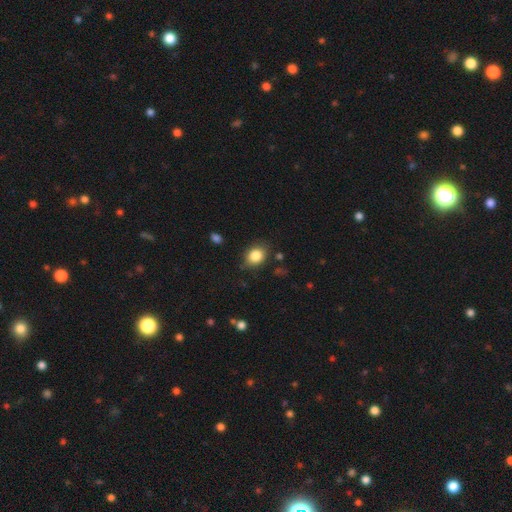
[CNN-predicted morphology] This appears to be a smooth galaxy with no disk features (84%) that is in between round and cigar-shaped (53%). Merging: none (80%).